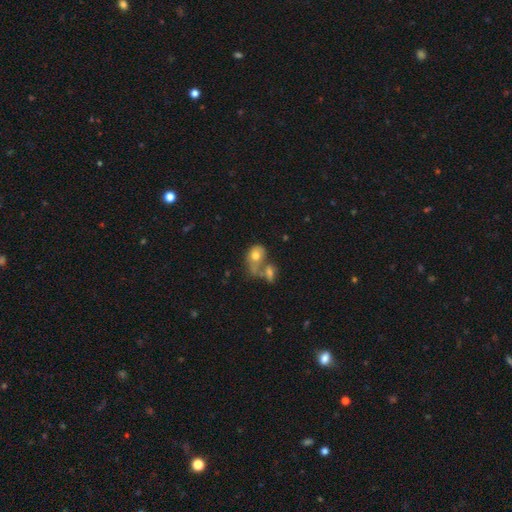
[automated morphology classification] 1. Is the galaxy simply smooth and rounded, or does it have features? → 69% smooth, 23% featured or disk, 9% star or artifact.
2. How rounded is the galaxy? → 67% in between, 31% round, 2% cigar-shaped.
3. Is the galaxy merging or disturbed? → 48% merger, 23% none, 15% major disturbance, 13% minor disturbance.